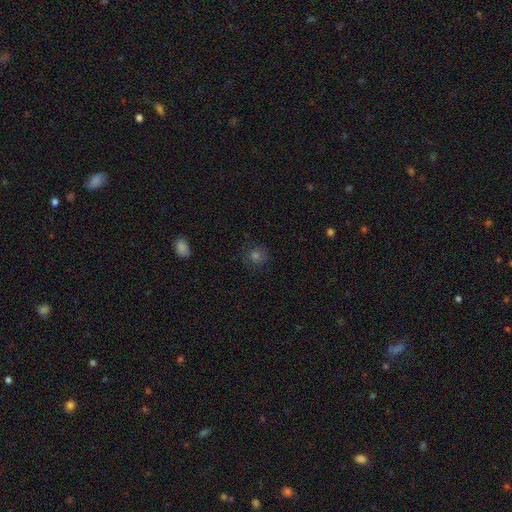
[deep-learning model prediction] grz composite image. It shows a smooth galaxy with no disk features (63%) that is round (88%). Merging: none (84%).